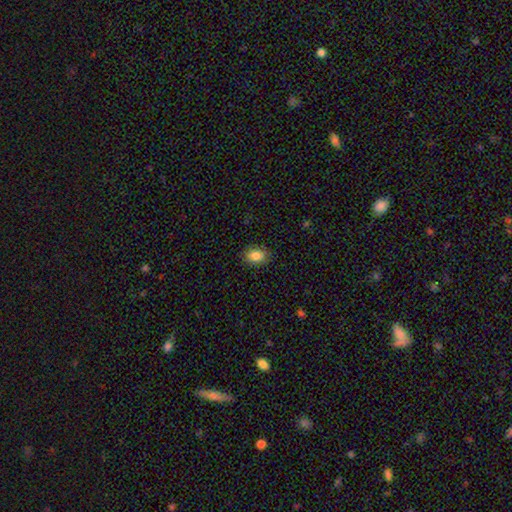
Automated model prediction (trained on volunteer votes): Smooth or featured: smooth — 85% (star or artifact — 9%)
How rounded: in between — 75% (round — 24%)
Merging: none — 85% (minor disturbance — 11%)